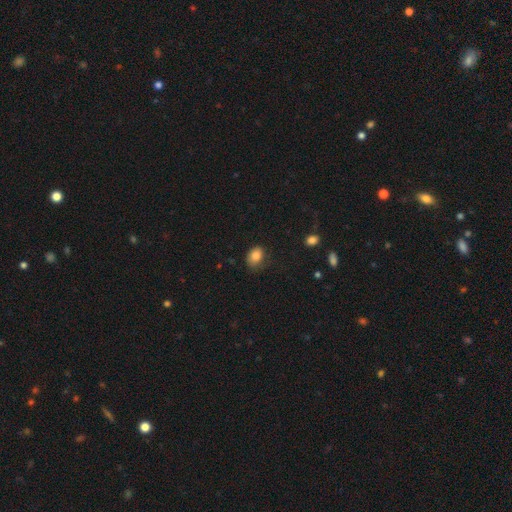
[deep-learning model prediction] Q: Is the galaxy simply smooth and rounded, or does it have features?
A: smooth — 83%.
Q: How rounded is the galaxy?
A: in between — 59%.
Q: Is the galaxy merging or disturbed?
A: none — 66%.